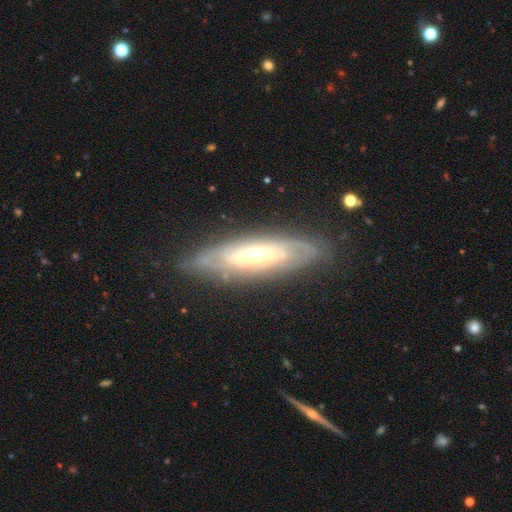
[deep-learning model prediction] smooth-or-featured: featured or disk: 76% | smooth: 18% | star or artifact: 6%
  disk-edge-on: no: 68% | yes: 32%
    bar: no: 53% | weak: 31% | strong: 15%
    has-spiral-arms: yes: 74% | no: 26%
    bulge-size: moderate: 60% | small: 26% | large: 11% | dominant: 1% | none: 1%
  merging: none: 81% | minor disturbance: 14% | major disturbance: 4% | merger: 1%